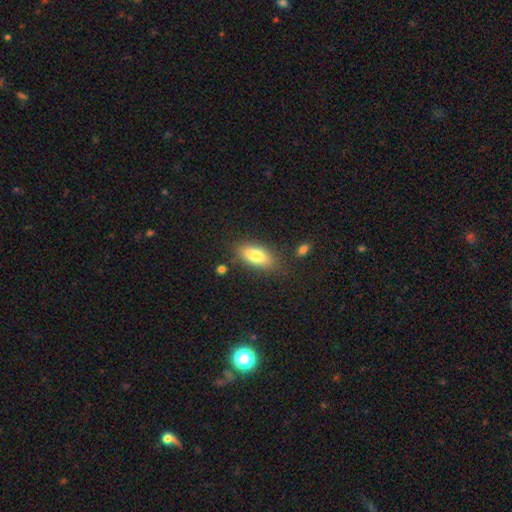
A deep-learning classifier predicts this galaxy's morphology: Overall: smooth (80%). How rounded: in between (84%). Merging: none (80%).